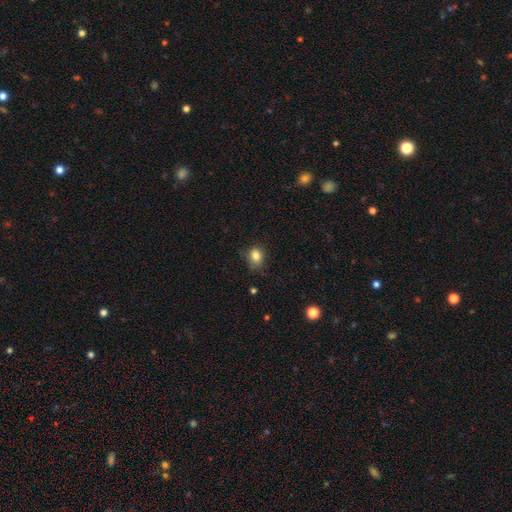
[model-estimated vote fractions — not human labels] Smooth or featured? smooth (83%)
How rounded? round (52%)
Merging? none (72%)